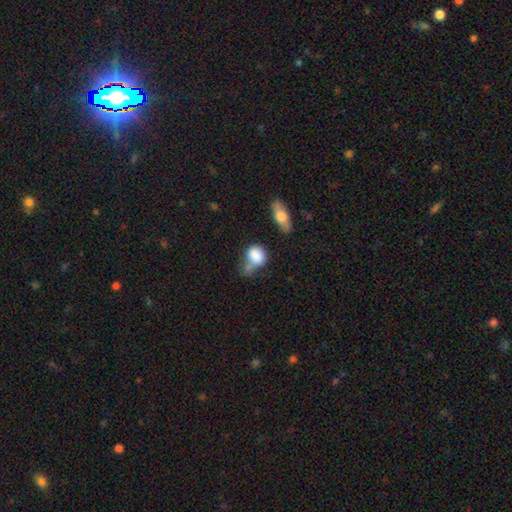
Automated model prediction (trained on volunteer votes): Q: Smooth or featured?
A: smooth (80%); runner-up: featured or disk (12%)
Q: How rounded?
A: in between (55%); runner-up: round (43%)
Q: Merging?
A: none (29%); runner-up: merger (28%)